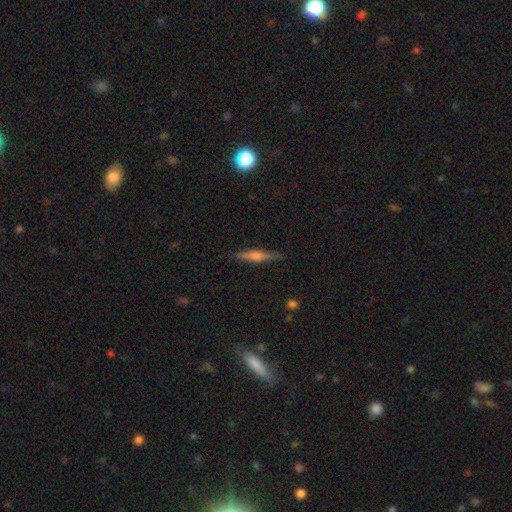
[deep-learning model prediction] featured or disk 62%, smooth 30%, star or artifact 8%. Down the decision tree: edge-on disk — yes (97%); edge-on bulge — rounded (77%); merging — none (89%).